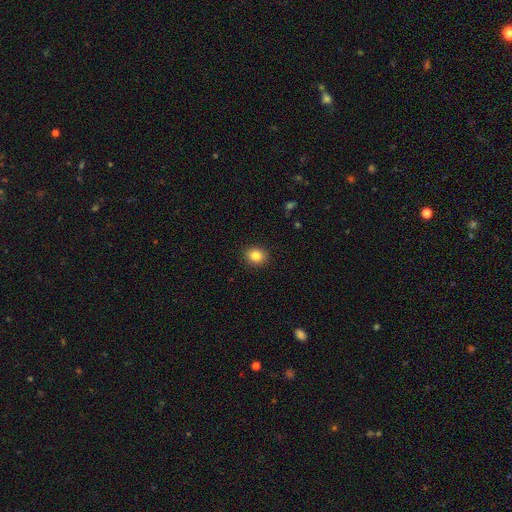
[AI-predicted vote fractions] Q: Smooth or featured?
A: smooth (84%); runner-up: star or artifact (10%)
Q: How rounded?
A: round (74%); runner-up: in between (25%)
Q: Merging?
A: none (91%); runner-up: minor disturbance (6%)